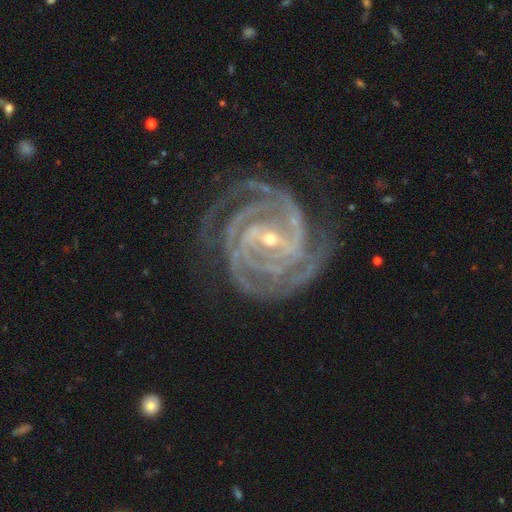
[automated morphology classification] smooth_or_featured: featured or disk (p=0.93) [alt: star or artifact p=0.05]
disk_edge_on: no (p=0.97) [alt: yes p=0.03]
bar: strong (p=0.45) [alt: weak p=0.37]
has_spiral_arms: yes (p=0.99) [alt: no p=0.01]
spiral_winding: tight (p=0.77) [alt: medium p=0.20]
spiral_arm_count: 3 (p=0.28) [alt: 4 p=0.24]
bulge_size: small (p=0.74) [alt: moderate p=0.23]
merging: none (p=0.74) [alt: minor disturbance p=0.17]